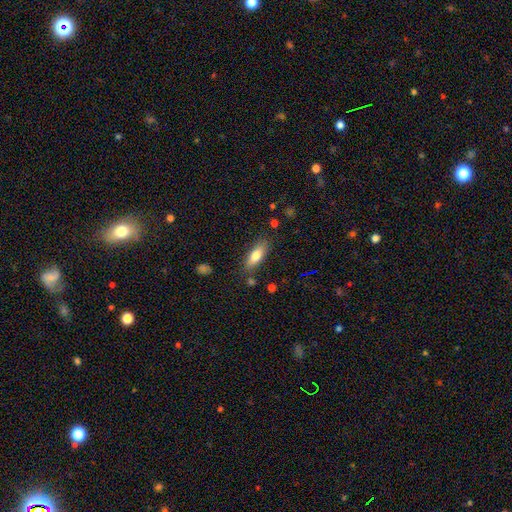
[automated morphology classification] Smooth or featured: smooth — 75% (featured or disk — 18%)
How rounded: in between — 67% (cigar-shaped — 31%)
Merging: none — 80% (minor disturbance — 14%)